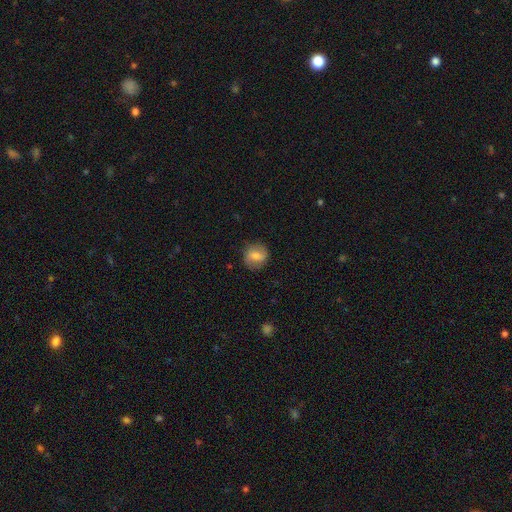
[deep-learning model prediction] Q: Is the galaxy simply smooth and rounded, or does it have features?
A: smooth — 64%.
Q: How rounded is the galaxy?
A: round — 80%.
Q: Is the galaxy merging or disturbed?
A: none — 82%.